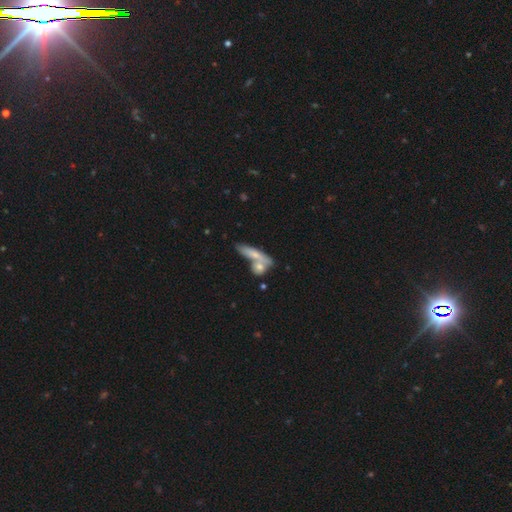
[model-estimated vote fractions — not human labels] smooth-or-featured: smooth: 63% | featured or disk: 29% | star or artifact: 9%
  how-rounded: cigar-shaped: 59% | in between: 33% | round: 9%
  merging: none: 43% | merger: 42% | minor disturbance: 10% | major disturbance: 5%